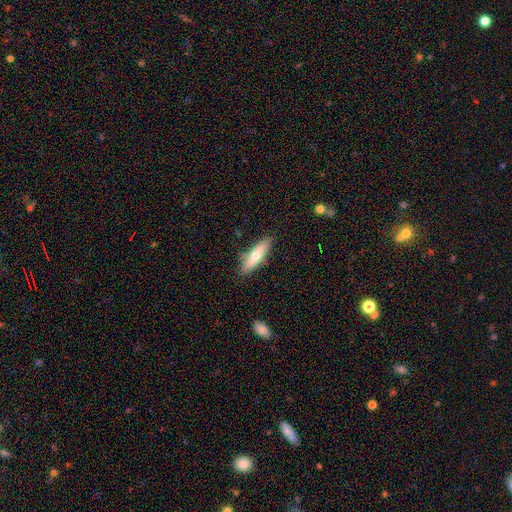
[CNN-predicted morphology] smooth-or-featured: smooth: 64% | featured or disk: 30% | star or artifact: 6%
  how-rounded: cigar-shaped: 60% | in between: 38% | round: 2%
  merging: none: 85% | minor disturbance: 11% | major disturbance: 2% | merger: 2%